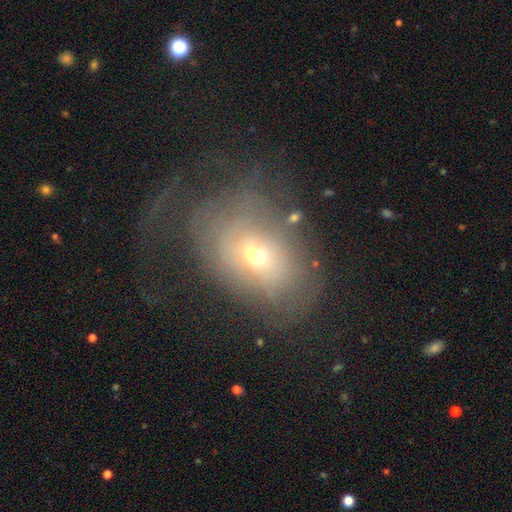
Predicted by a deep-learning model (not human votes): Overall: smooth (47%; featured or disk 41%). Merging: major disturbance (44%; none 33%).